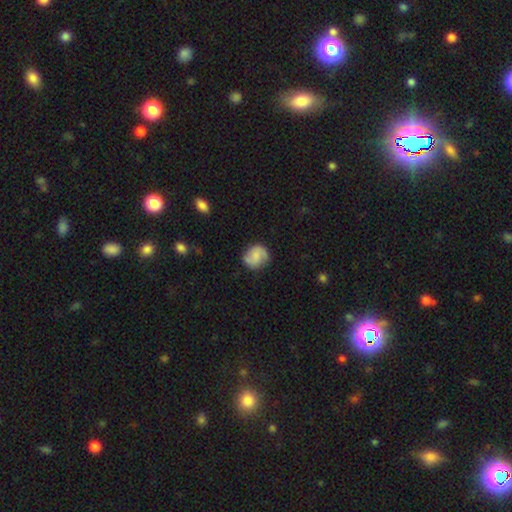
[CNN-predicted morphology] Smooth or featured? featured or disk (46%, tied with smooth)
Merging? none (78%)